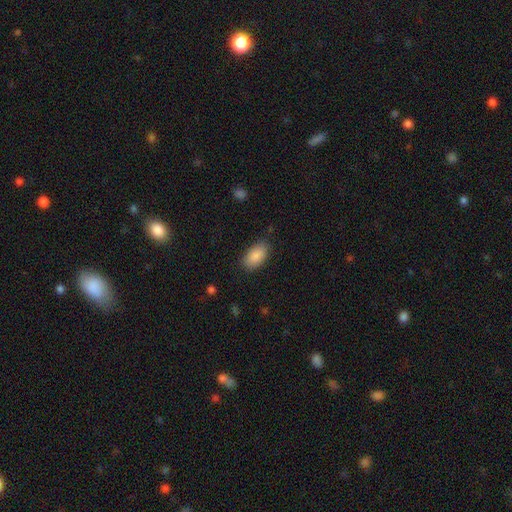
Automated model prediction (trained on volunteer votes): This is clearly a smooth galaxy (88%). How rounded: clearly in between (93%). Merging: clearly none (84%).